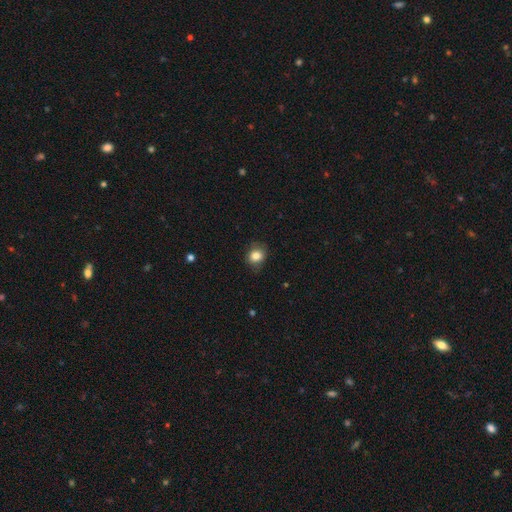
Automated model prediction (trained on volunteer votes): smooth 83%, star or artifact 9%, featured or disk 8%. Down the decision tree: how rounded — round (60%); merging — none (79%).